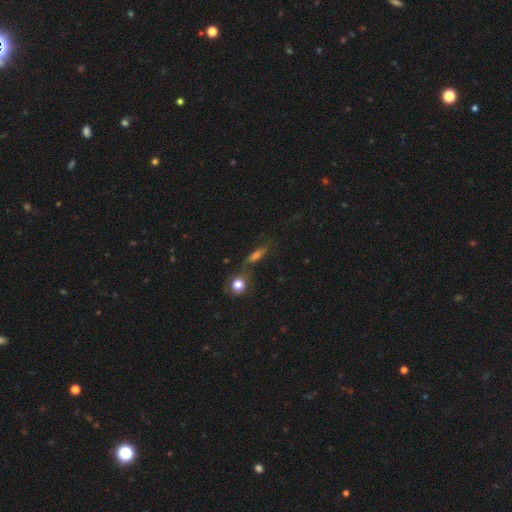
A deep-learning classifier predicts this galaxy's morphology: smooth_or_featured: smooth (p=0.48) [alt: featured or disk p=0.29]
merging: none (p=0.60) [alt: minor disturbance p=0.15]